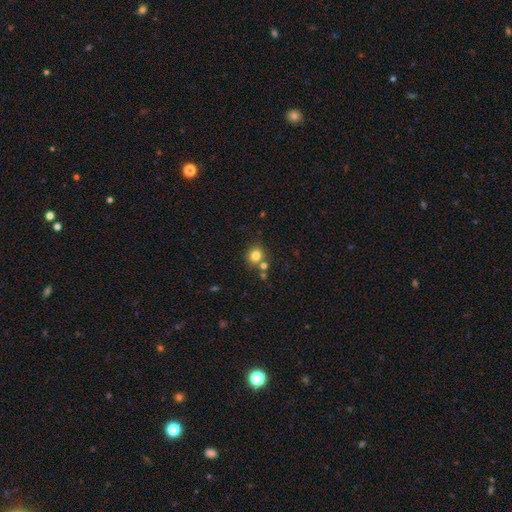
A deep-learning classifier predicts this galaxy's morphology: smooth 80%, star or artifact 13%, featured or disk 7%. Down the decision tree: how rounded — round (82%); merging — none (70%).